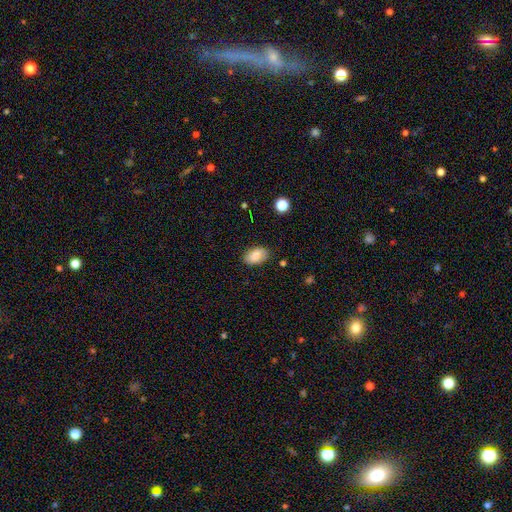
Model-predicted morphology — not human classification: A smooth galaxy with no disk features (84%) that is in between round and cigar-shaped (91%). Merging: none (81%).